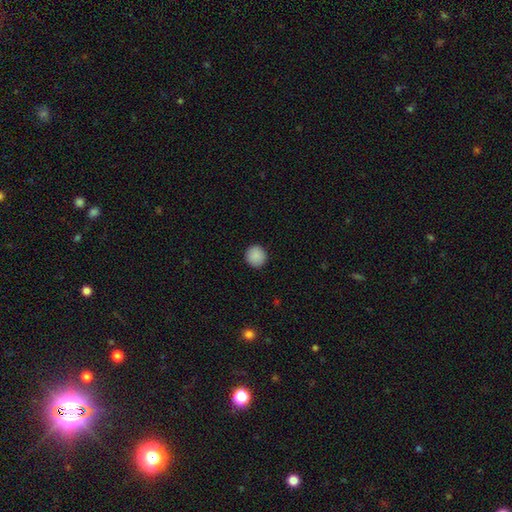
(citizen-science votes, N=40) Smooth or featured? smooth (92%)
How rounded? round (95%)
Merging? none (89%)